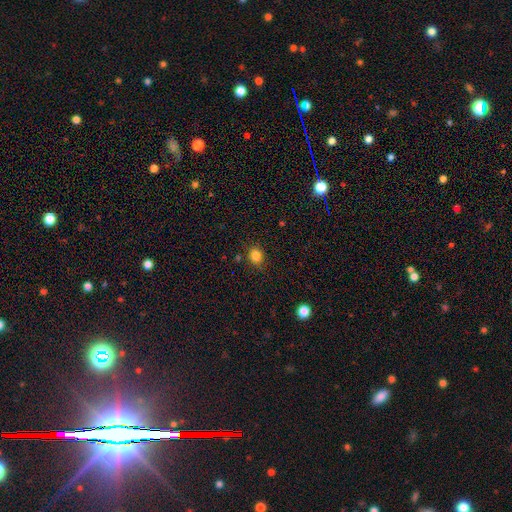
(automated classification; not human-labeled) This is clearly a smooth galaxy (83%). How rounded: likely round (67%). Merging: clearly none (84%).